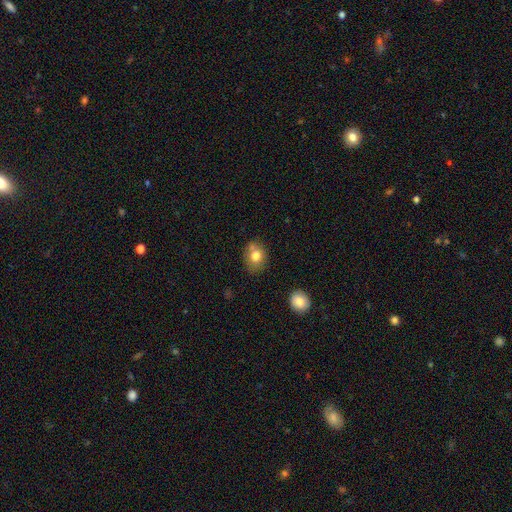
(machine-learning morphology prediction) Smooth or featured?
  - smooth: 77% *
  - featured or disk: 13%
  - star or artifact: 10%
How rounded?
  - round: 53% *
  - in between: 46%
  - cigar-shaped: 1%
Merging?
  - none: 62% *
  - minor disturbance: 18%
  - merger: 15%
  - major disturbance: 4%